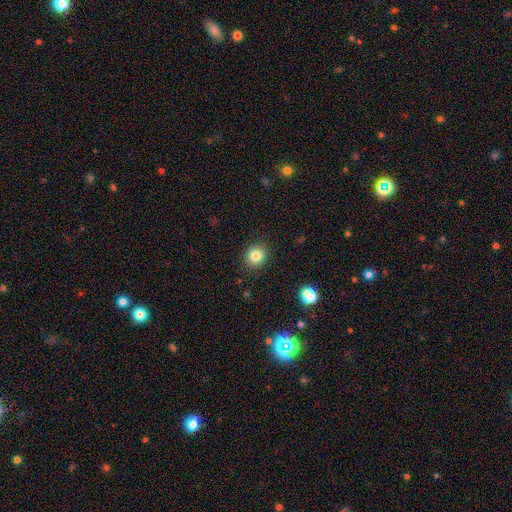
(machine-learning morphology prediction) The model was most divided on "how rounded": round: 83%, in between: 16%, cigar-shaped: 1%. More confident: merging — none (90%); smooth or featured — smooth (83%).